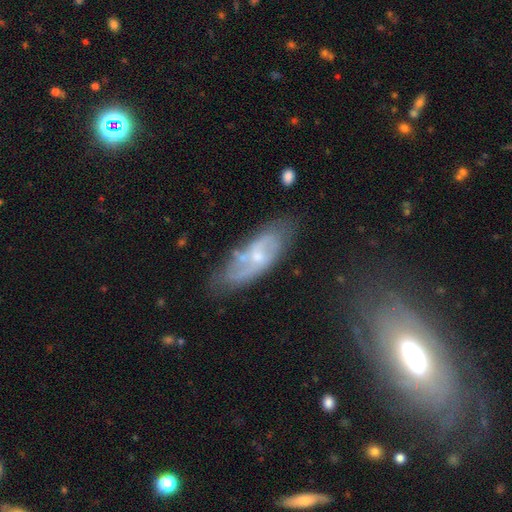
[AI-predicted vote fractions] featured or disk 70%, smooth 22%, star or artifact 8%. Down the decision tree: edge-on disk — no (86%); bar — no (54%); spiral arms — yes (81%); bulge size — small (68%); merging — none (67%).